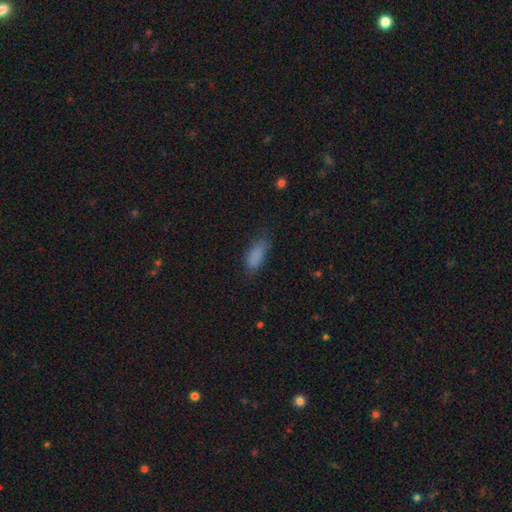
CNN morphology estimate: Q: Smooth or featured?
A: smooth (85%); runner-up: star or artifact (10%)
Q: How rounded?
A: in between (79%); runner-up: cigar-shaped (18%)
Q: Merging?
A: none (68%); runner-up: minor disturbance (22%)